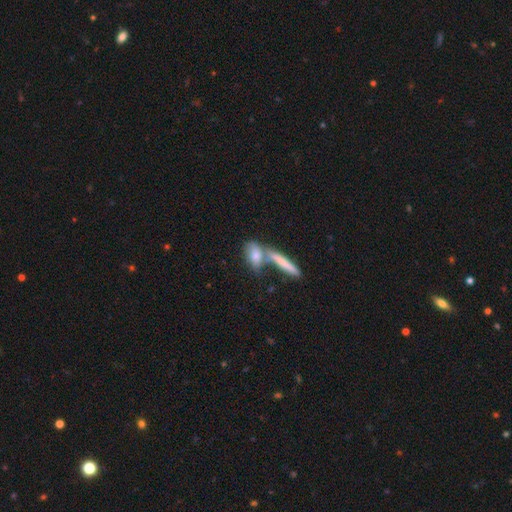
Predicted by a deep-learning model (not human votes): Smooth or featured? smooth (71%)
How rounded? in between (58%)
Merging? merger (44%)